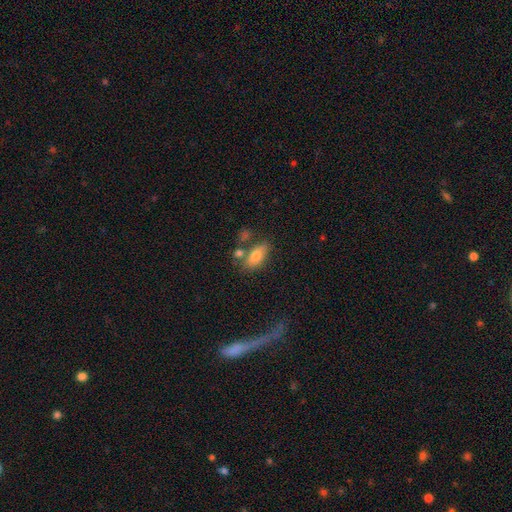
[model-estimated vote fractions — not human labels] Smooth or featured? smooth (77%)
How rounded? in between (84%)
Merging? none (57%)